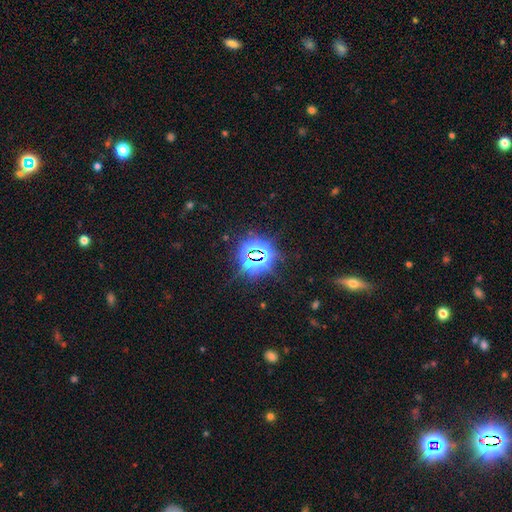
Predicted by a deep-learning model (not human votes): A star or artifact, not a galaxy (81%).

Vote fractions:
- Smooth or featured? star or artifact: 81% / smooth: 11% / featured or disk: 8%